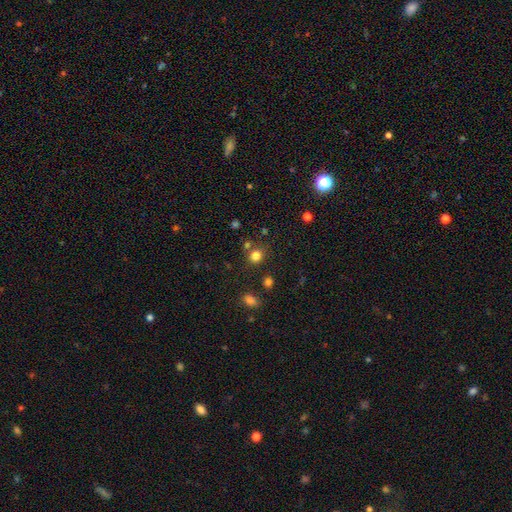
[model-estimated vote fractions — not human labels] smooth 81%, star or artifact 14%, featured or disk 5%. Down the decision tree: how rounded — round (80%); merging — none (73%).